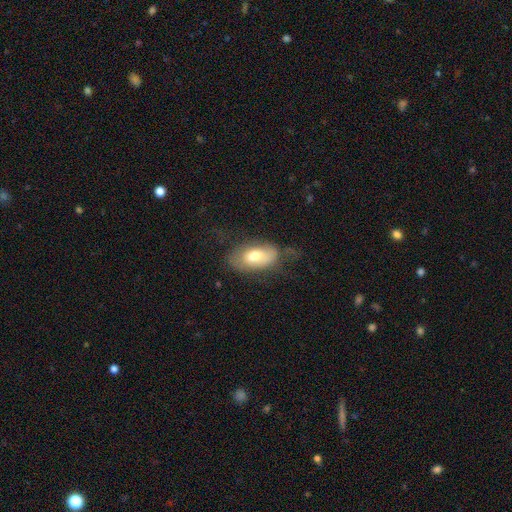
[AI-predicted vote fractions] This appears to be a smooth galaxy with no disk features (70%) that is in between round and cigar-shaped (92%). Merging: none (51%).